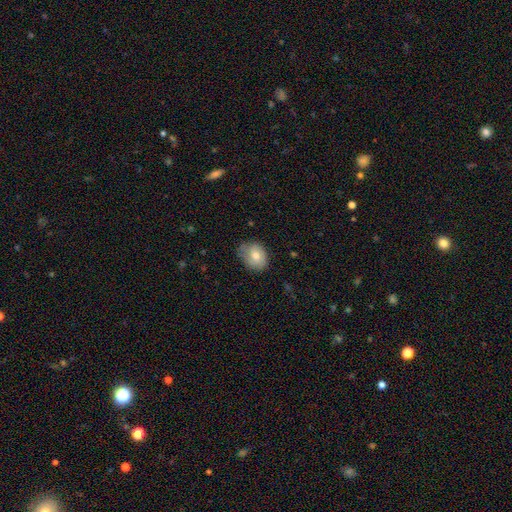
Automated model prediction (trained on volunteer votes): smooth-or-featured: smooth: 75% | featured or disk: 18% | star or artifact: 7%
  how-rounded: in between: 60% | round: 39% | cigar-shaped: 1%
  merging: none: 61% | minor disturbance: 31% | major disturbance: 7% | merger: 1%